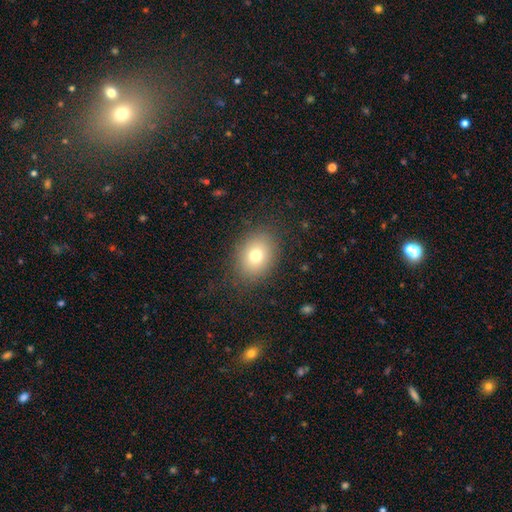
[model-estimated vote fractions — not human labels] Smooth or featured? Predicted: smooth (p=0.75). How rounded? Predicted: in between (p=0.58). Merging? Predicted: none (p=0.84).